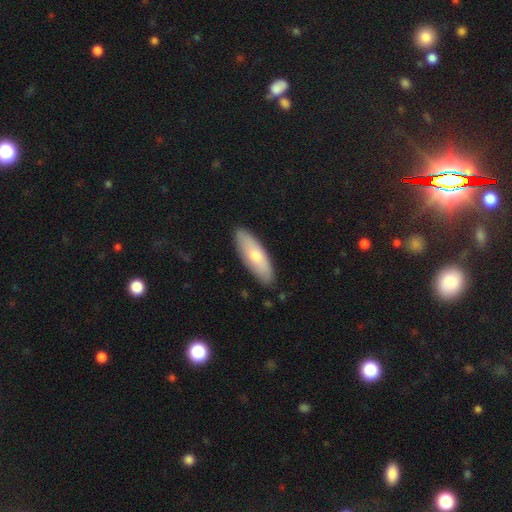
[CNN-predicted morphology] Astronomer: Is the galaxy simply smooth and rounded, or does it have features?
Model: smooth — 70%.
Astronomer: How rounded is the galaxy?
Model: in between — 59% (runner-up: cigar-shaped, 40%).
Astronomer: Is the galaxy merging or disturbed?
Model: none — 87%.